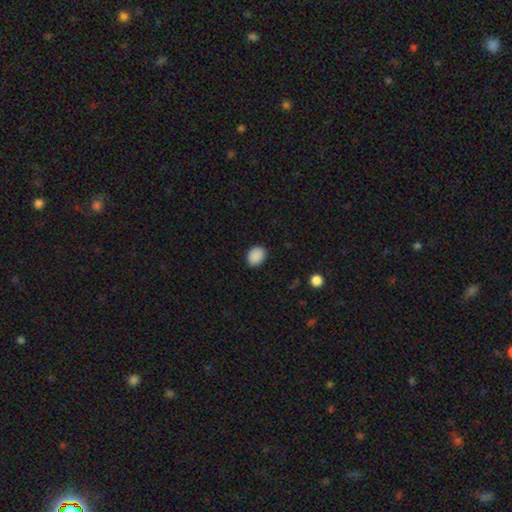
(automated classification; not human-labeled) smooth_or_featured: smooth (p=0.89) [alt: star or artifact p=0.08]
how_rounded: in between (p=0.58) [alt: round p=0.41]
merging: none (p=0.86) [alt: minor disturbance p=0.10]